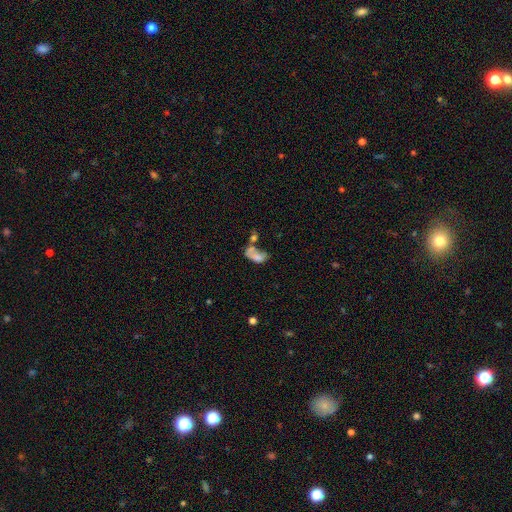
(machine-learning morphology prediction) Smooth or featured?
  - smooth: 60% *
  - featured or disk: 29%
  - star or artifact: 11%
How rounded?
  - in between: 89% *
  - round: 8%
  - cigar-shaped: 3%
Merging?
  - merger: 47% *
  - major disturbance: 23%
  - none: 17%
  - minor disturbance: 13%